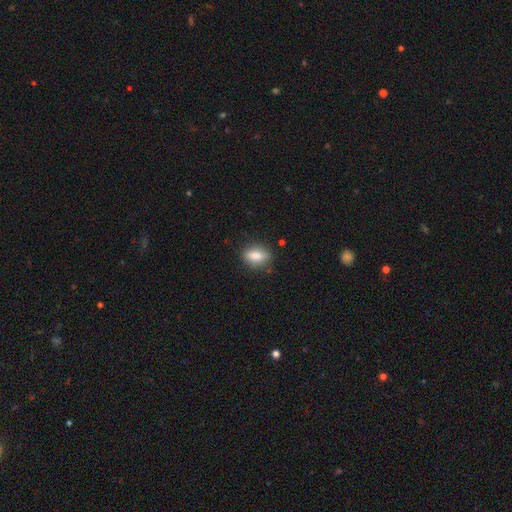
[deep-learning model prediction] smooth_or_featured: smooth (p=0.78) [alt: featured or disk p=0.14]
how_rounded: in between (p=0.74) [alt: round p=0.15]
merging: none (p=0.82) [alt: minor disturbance p=0.13]